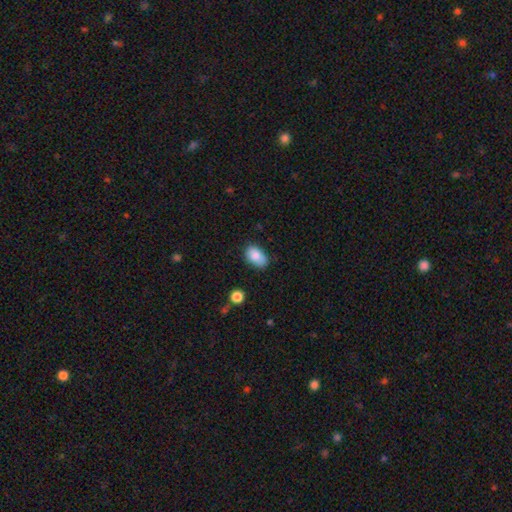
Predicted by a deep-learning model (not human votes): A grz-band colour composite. It shows a smooth galaxy with no disk features (85%) that is in between round and cigar-shaped (90%). Merging: none (70%).